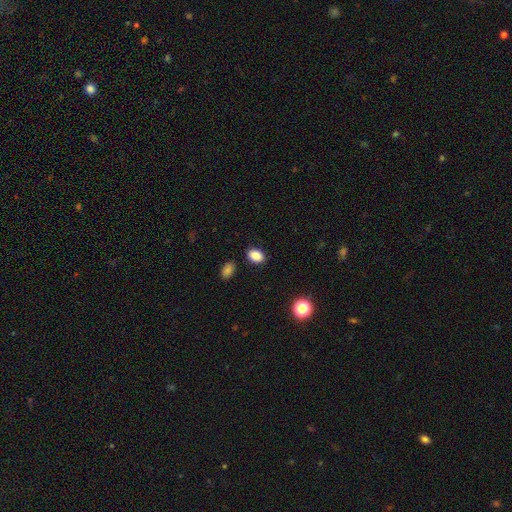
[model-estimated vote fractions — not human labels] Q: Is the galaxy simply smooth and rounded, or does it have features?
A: smooth — 87%.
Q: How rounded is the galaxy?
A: in between — 84%.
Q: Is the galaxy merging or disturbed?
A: none — 86%.